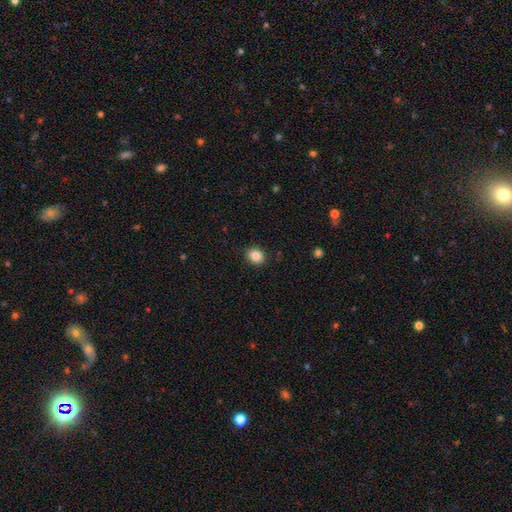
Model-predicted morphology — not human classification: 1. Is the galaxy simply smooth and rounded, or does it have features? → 86% smooth, 10% star or artifact, 4% featured or disk.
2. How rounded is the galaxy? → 62% round, 37% in between, 1% cigar-shaped.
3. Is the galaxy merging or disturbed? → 90% none, 7% minor disturbance, 2% major disturbance, 1% merger.